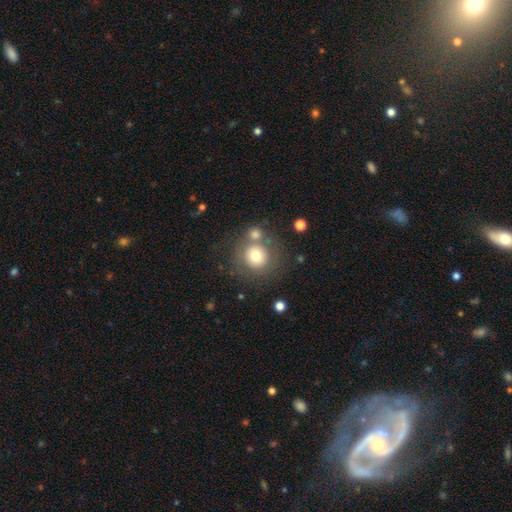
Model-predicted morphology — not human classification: type=smooth (72%); roundness=round (93%); merging=none (66%).